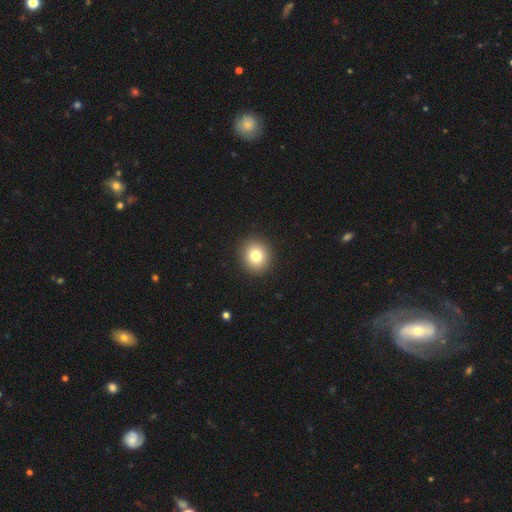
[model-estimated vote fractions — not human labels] Overall: smooth (80%). How rounded: round (87%). Merging: none (92%).